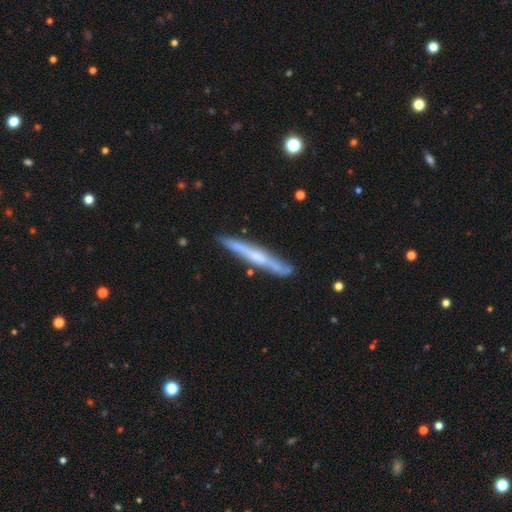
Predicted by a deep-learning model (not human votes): smooth-or-featured: featured or disk: 57% | smooth: 37% | star or artifact: 6%
  disk-edge-on: yes: 92% | no: 8%
    edge-on-bulge: none: 55% | rounded: 36% | boxy: 9%
  merging: none: 83% | minor disturbance: 13% | merger: 2% | major disturbance: 2%